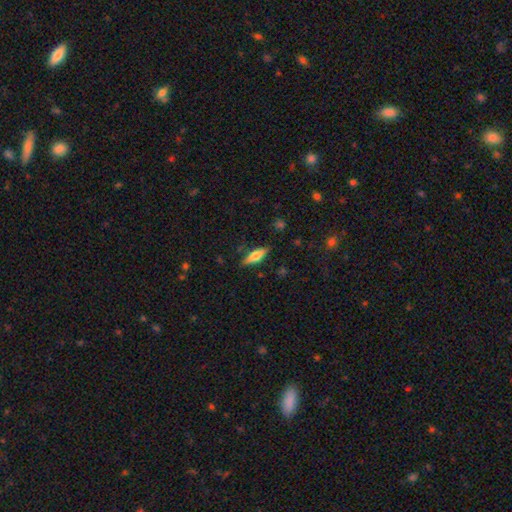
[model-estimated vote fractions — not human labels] smooth 49%, featured or disk 44%, star or artifact 7%. Down the decision tree: merging — none (86%).